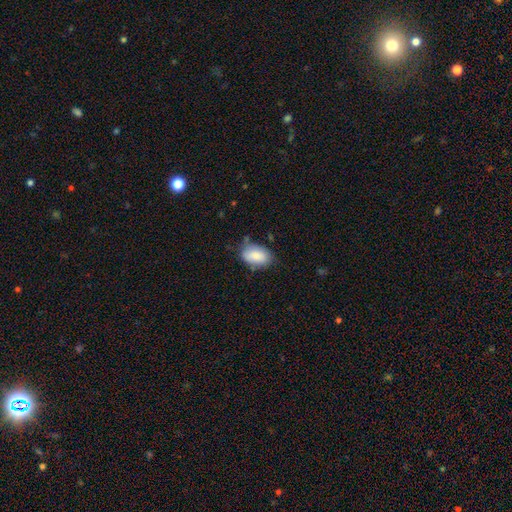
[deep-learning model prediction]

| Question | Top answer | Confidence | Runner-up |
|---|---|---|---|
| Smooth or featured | smooth | 83% | featured or disk (11%) |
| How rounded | in between | 91% | round (7%) |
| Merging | none | 69% | minor disturbance (23%) |